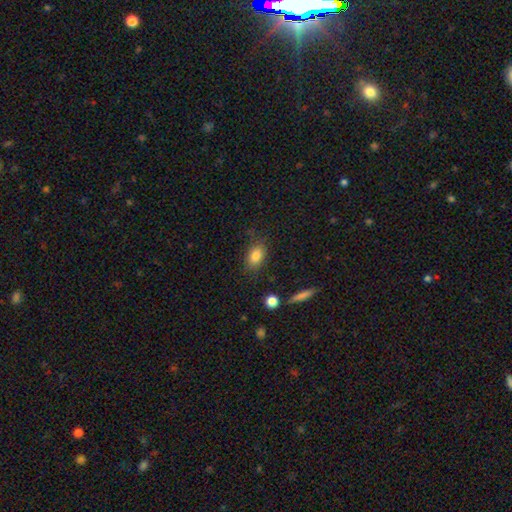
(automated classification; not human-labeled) Q: Smooth or featured?
A: smooth (83%); runner-up: star or artifact (9%)
Q: How rounded?
A: in between (85%); runner-up: round (12%)
Q: Merging?
A: none (78%); runner-up: minor disturbance (15%)